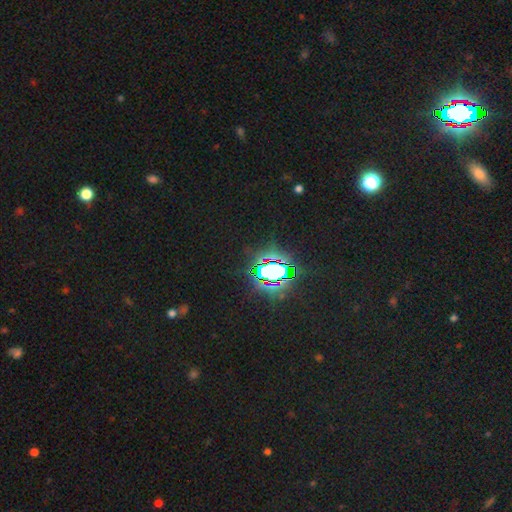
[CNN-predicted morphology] A star or artifact, not a galaxy (83%).